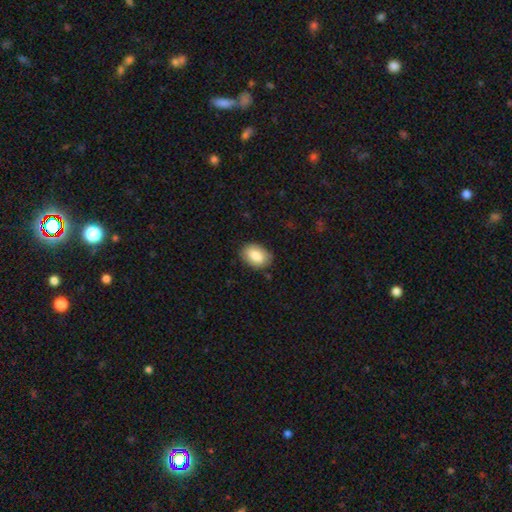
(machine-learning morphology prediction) smooth_or_featured: smooth (p=0.83) [alt: featured or disk p=0.10]
how_rounded: in between (p=0.84) [alt: round p=0.15]
merging: none (p=0.82) [alt: minor disturbance p=0.14]